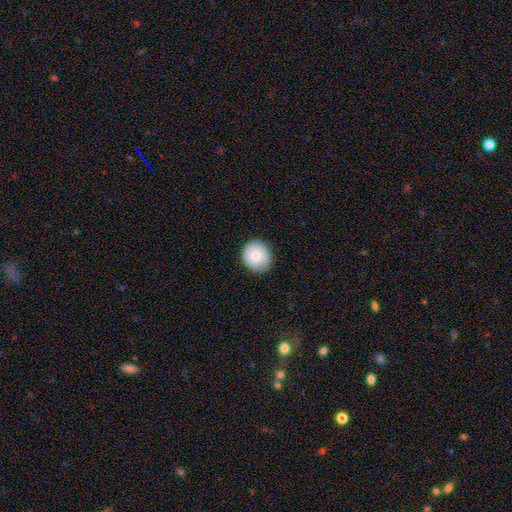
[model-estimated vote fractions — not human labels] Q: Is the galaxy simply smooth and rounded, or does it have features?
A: smooth — 80%.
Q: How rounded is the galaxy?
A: round — 85%.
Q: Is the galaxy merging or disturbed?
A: none — 86%.